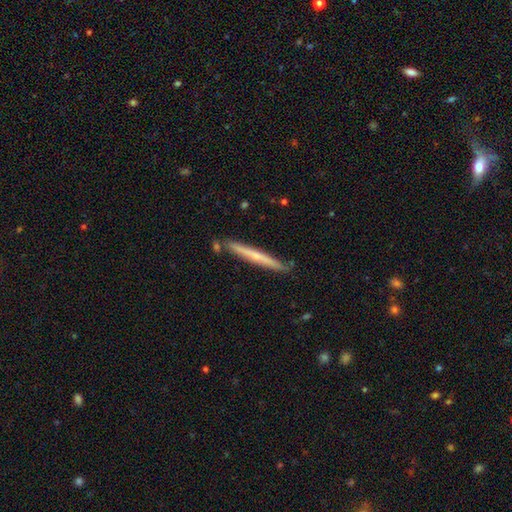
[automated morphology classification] Q: Smooth or featured?
A: featured or disk (52%); runner-up: smooth (42%)
Q: Edge-on disk?
A: yes (96%); runner-up: no (4%)
Q: Merging?
A: none (84%); runner-up: minor disturbance (11%)